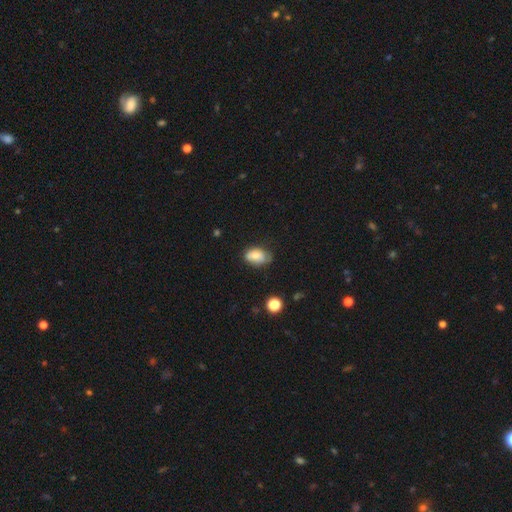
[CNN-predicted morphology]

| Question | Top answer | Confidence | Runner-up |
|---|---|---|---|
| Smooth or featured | smooth | 72% | featured or disk (19%) |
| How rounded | in between | 85% | round (14%) |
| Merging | none | 52% | minor disturbance (35%) |